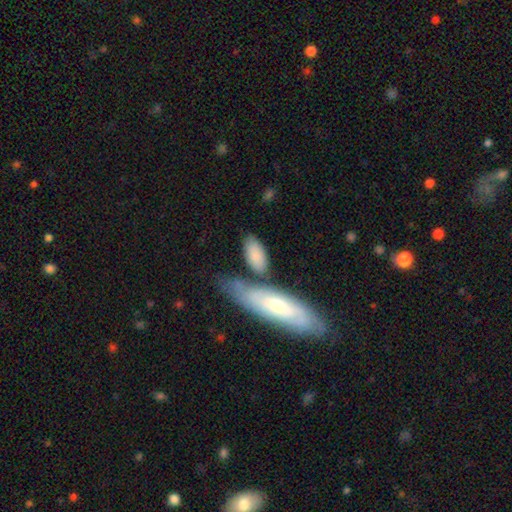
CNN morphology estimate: type=smooth (80%); roundness=in between (86%); merging=none (58%).